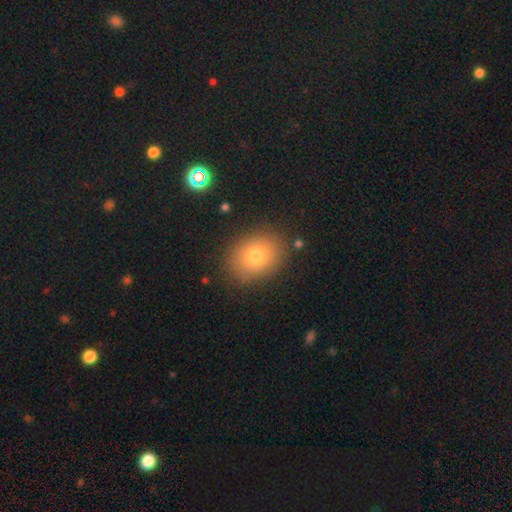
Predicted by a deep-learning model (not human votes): Q: Smooth or featured?
A: smooth (76%); runner-up: featured or disk (13%)
Q: How rounded?
A: in between (59%); runner-up: round (40%)
Q: Merging?
A: none (85%); runner-up: minor disturbance (10%)